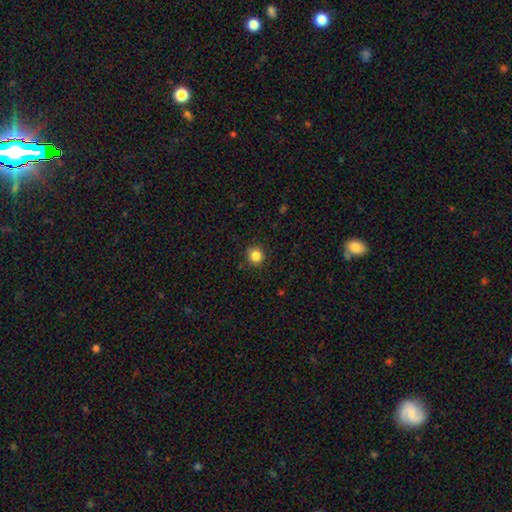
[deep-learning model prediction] Smooth or featured: smooth — 85% (star or artifact — 11%)
How rounded: round — 91% (in between — 8%)
Merging: none — 90% (minor disturbance — 7%)